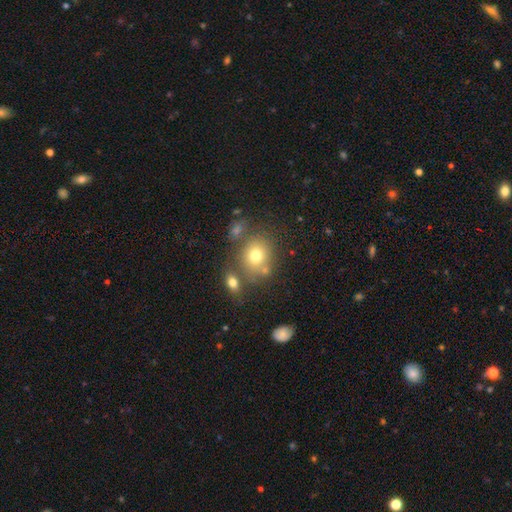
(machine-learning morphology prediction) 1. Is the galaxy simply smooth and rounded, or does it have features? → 73% smooth, 14% featured or disk, 13% star or artifact.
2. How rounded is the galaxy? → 73% round, 26% in between, 1% cigar-shaped.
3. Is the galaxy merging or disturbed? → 63% none, 19% merger, 13% minor disturbance, 6% major disturbance.